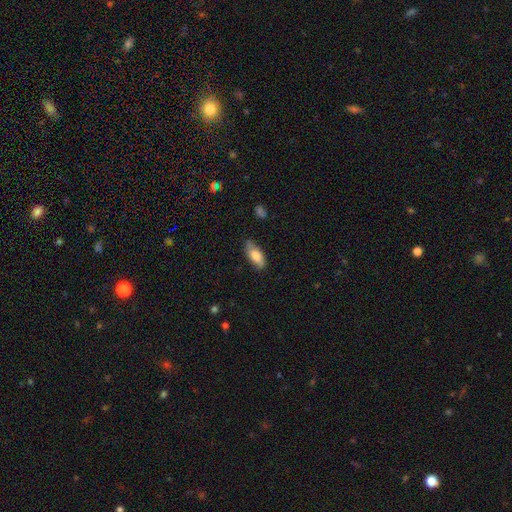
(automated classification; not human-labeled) Smooth or featured?
  - smooth: 72% *
  - featured or disk: 22%
  - star or artifact: 6%
How rounded?
  - in between: 81% *
  - cigar-shaped: 16%
  - round: 3%
Merging?
  - none: 74% *
  - minor disturbance: 21%
  - major disturbance: 4%
  - merger: 1%